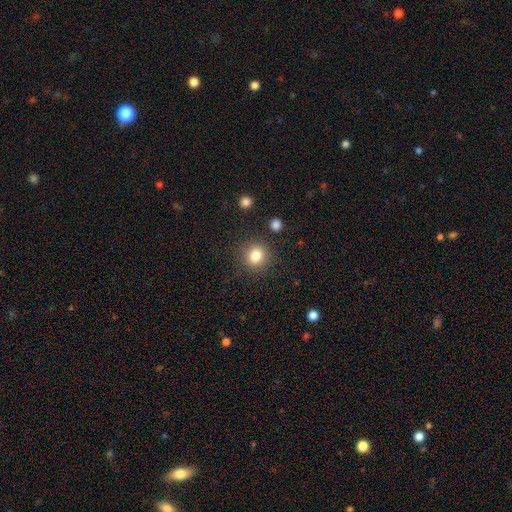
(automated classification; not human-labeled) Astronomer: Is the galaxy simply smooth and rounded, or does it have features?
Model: smooth — 82%.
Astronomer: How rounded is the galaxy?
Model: round — 87%.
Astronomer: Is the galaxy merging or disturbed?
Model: none — 87%.